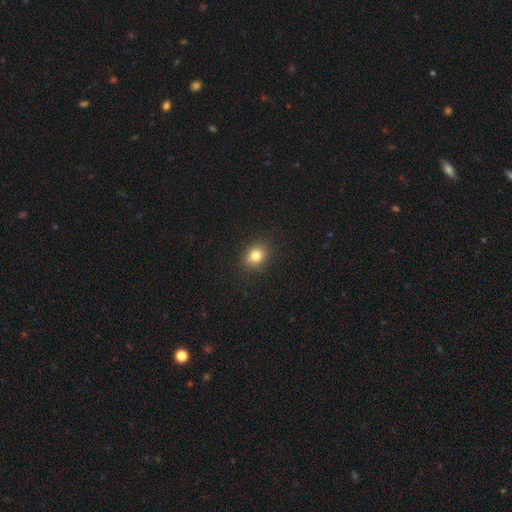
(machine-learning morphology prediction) A smooth galaxy with no disk features (81%) that is in between round and cigar-shaped (50%).

Vote fractions:
- Smooth or featured? smooth: 81% / star or artifact: 11% / featured or disk: 7%
- How rounded? in between: 50% / round: 49% / cigar-shaped: 1%
- Merging? none: 89% / minor disturbance: 8% / major disturbance: 2% / merger: 1%